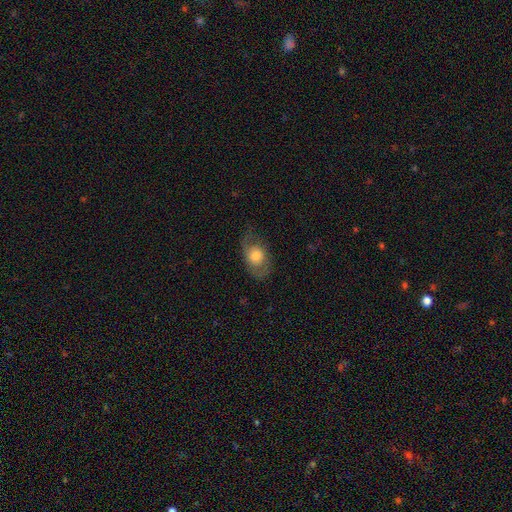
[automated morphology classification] smooth-or-featured: smooth: 58% | featured or disk: 35% | star or artifact: 8%
  how-rounded: in between: 68% | round: 30% | cigar-shaped: 2%
  merging: none: 59% | minor disturbance: 23% | major disturbance: 16% | merger: 1%